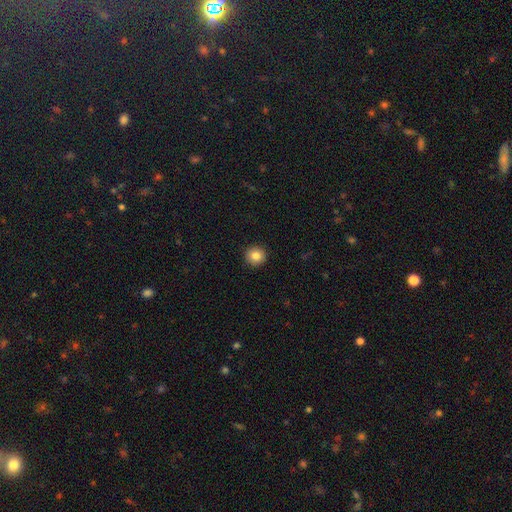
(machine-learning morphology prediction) The model was most divided on "smooth or featured": smooth: 83%, star or artifact: 9%, featured or disk: 7%. More confident: how rounded — round (94%); merging — none (93%).